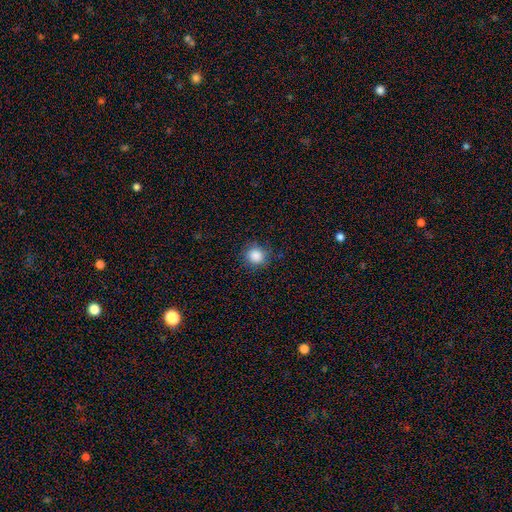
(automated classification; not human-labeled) Overall: smooth (87%). How rounded: round (87%). Merging: none (85%).